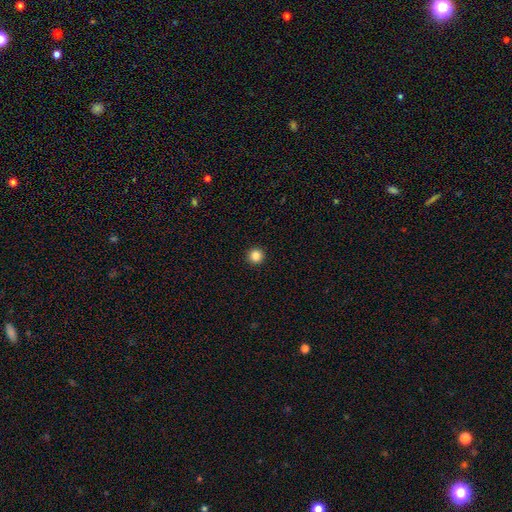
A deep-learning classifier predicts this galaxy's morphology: This appears to be a smooth galaxy with no disk features (85%) that is round (96%). Merging: none (94%).